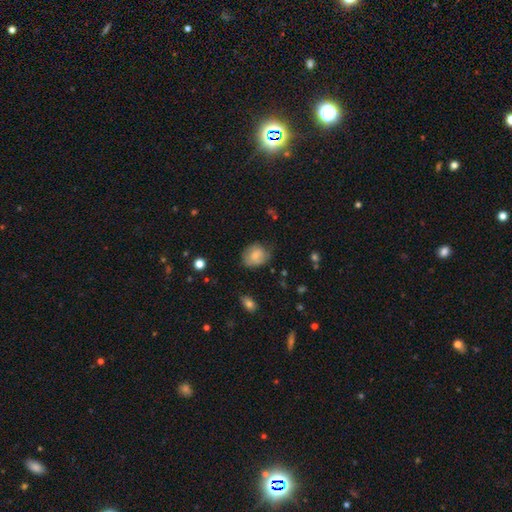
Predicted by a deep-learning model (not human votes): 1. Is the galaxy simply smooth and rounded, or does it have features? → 74% smooth, 18% featured or disk, 8% star or artifact.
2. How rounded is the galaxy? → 51% round, 48% in between, 1% cigar-shaped.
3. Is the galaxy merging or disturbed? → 62% none, 27% minor disturbance, 9% major disturbance, 2% merger.